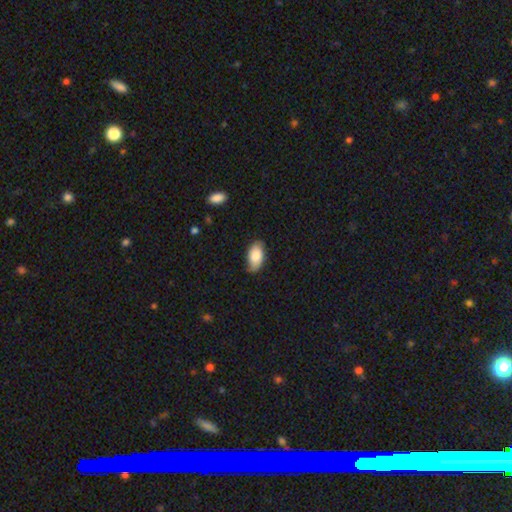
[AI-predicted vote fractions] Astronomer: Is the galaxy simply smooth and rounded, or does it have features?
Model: smooth — 79%.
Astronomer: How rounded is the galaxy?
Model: in between — 94%.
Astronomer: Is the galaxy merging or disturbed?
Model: none — 75%.